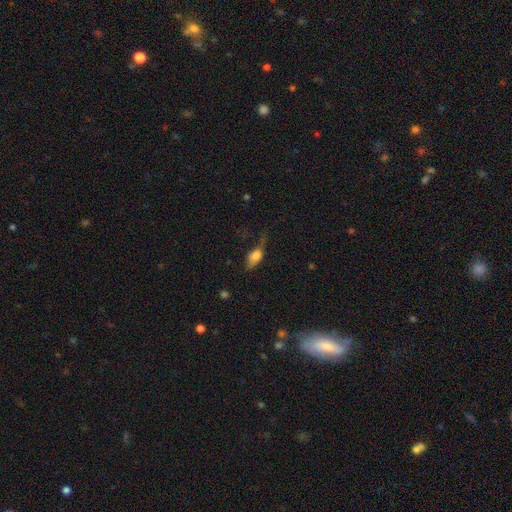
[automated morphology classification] Overall: smooth (66%). How rounded: in between (79%). Merging: none (33%; major disturbance 32%).